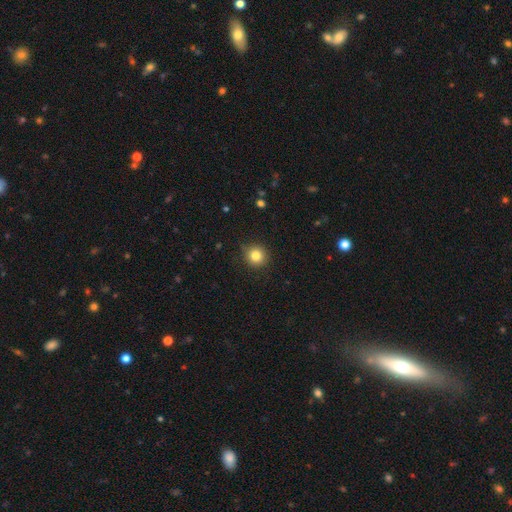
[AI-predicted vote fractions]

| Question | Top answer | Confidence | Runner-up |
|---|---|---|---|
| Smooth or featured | smooth | 82% | star or artifact (11%) |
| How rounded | round | 91% | in between (8%) |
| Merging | none | 88% | minor disturbance (9%) |